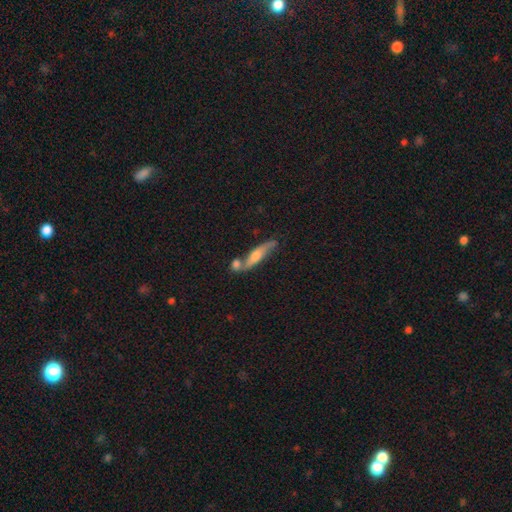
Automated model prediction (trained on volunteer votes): Smooth or featured?
  - featured or disk: 54% *
  - smooth: 40%
  - star or artifact: 7%
Edge-on disk?
  - yes: 68% *
  - no: 32%
Merging?
  - none: 51% *
  - merger: 28%
  - minor disturbance: 15%
  - major disturbance: 5%